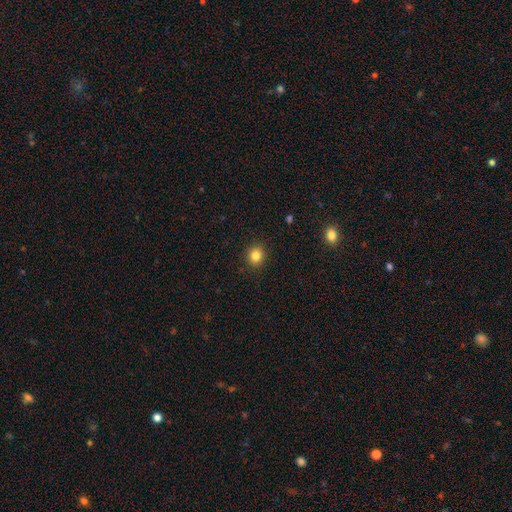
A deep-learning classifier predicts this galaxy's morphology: A smooth galaxy with no disk features (84%) that is round (83%).

Vote fractions:
- Smooth or featured? smooth: 84% / star or artifact: 11% / featured or disk: 5%
- How rounded? round: 83% / in between: 16% / cigar-shaped: 1%
- Merging? none: 91% / minor disturbance: 6% / major disturbance: 2% / merger: 1%